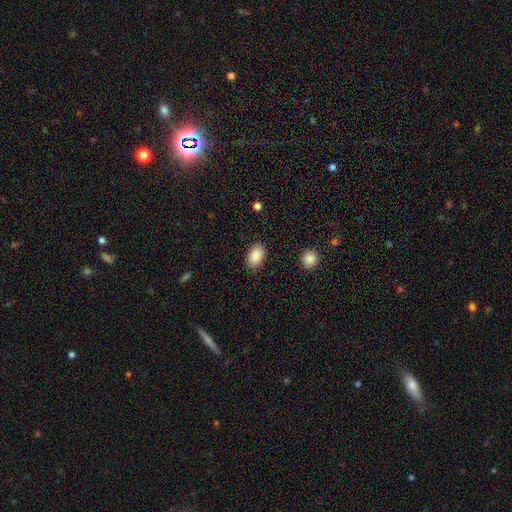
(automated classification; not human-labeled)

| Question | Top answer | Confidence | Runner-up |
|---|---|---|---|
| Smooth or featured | smooth | 89% | star or artifact (7%) |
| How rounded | in between | 90% | round (8%) |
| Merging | none | 86% | minor disturbance (10%) |